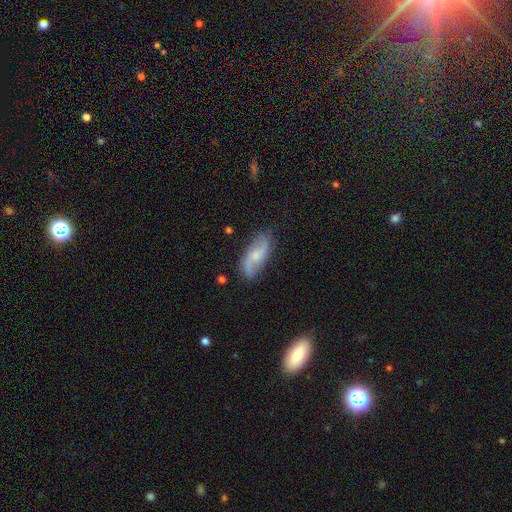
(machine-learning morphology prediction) Overall: featured or disk (65%; smooth 28%). Edge-on disk: no (92%). Bar: no (56%; weak 37%). Spiral arms: yes (92%). Spiral arm count: 2 (87%). Spiral winding: loose (60%; medium 29%). Bulge size: small (51%; moderate 38%). Merging: none (76%).